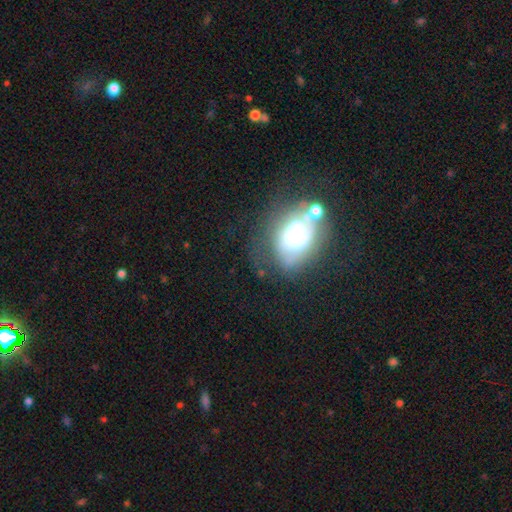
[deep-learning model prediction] A featured or disk galaxy (45%).

Vote fractions:
- Smooth or featured? featured or disk: 45% / smooth: 37% / star or artifact: 18%
- Merging? none: 55% / minor disturbance: 21% / major disturbance: 13% / merger: 11%